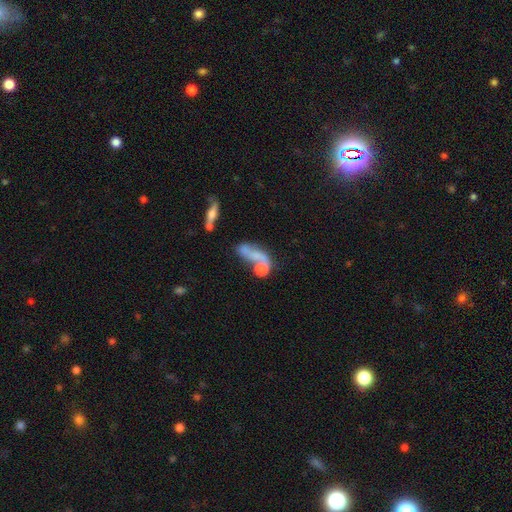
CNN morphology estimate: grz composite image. It shows a smooth galaxy with no disk features (45%). Merging: merger (41%).